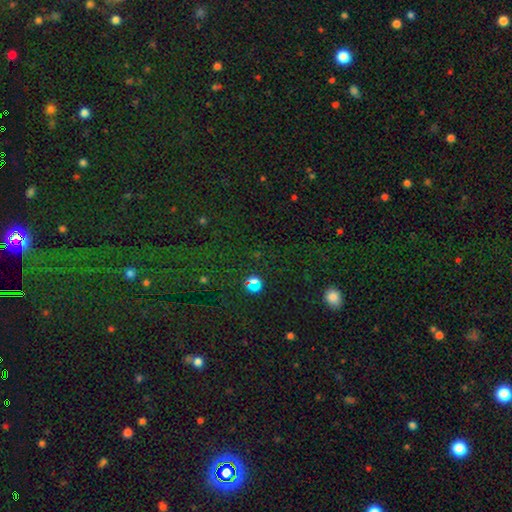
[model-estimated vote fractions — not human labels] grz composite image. It shows a star or artifact, not a galaxy (72%).